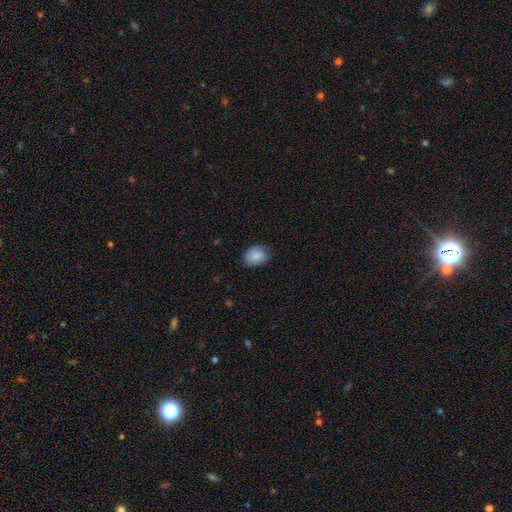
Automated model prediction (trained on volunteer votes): Smooth or featured? smooth (83%)
How rounded? in between (67%)
Merging? none (74%)